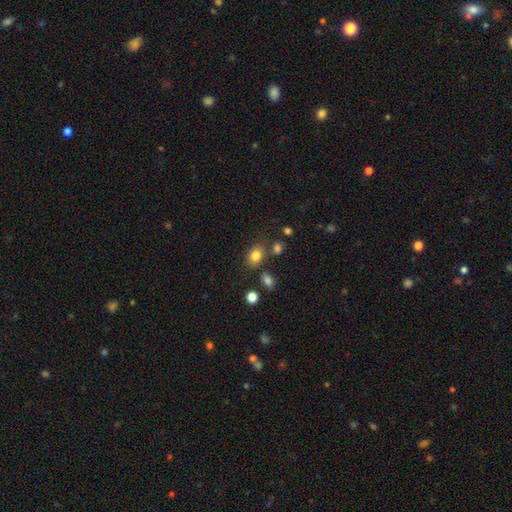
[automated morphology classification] Smooth or featured: smooth — 81% (star or artifact — 11%)
How rounded: in between — 64% (round — 34%)
Merging: none — 72% (minor disturbance — 15%)